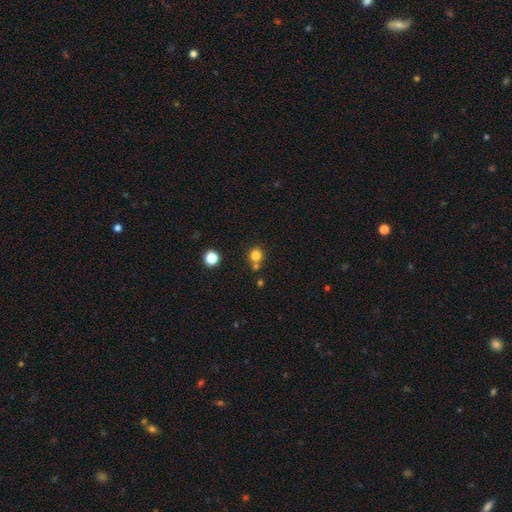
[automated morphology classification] smooth-or-featured: smooth: 80% | star or artifact: 14% | featured or disk: 6%
  how-rounded: round: 90% | in between: 9% | cigar-shaped: 1%
  merging: none: 67% | merger: 21% | minor disturbance: 9% | major disturbance: 3%